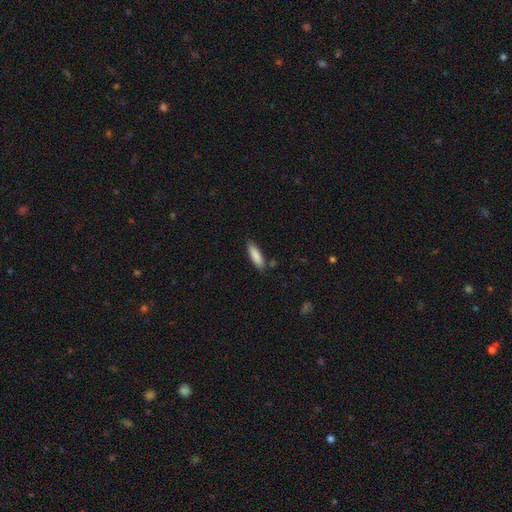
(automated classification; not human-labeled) smooth_or_featured: smooth (p=0.87) [alt: featured or disk p=0.07]
how_rounded: cigar-shaped (p=0.60) [alt: in between p=0.39]
merging: none (p=0.83) [alt: minor disturbance p=0.12]